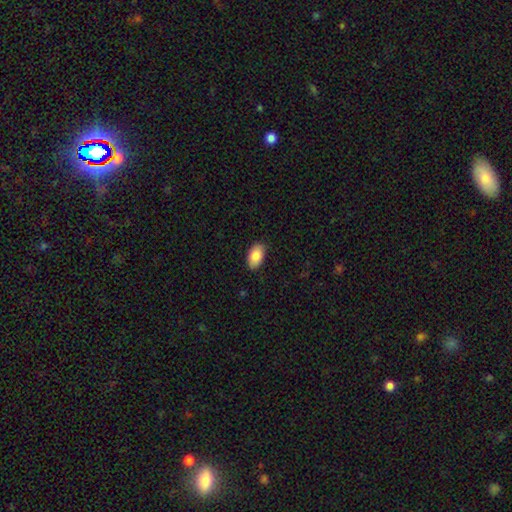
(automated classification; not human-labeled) Overall: smooth (86%). How rounded: in between (93%). Merging: none (86%).